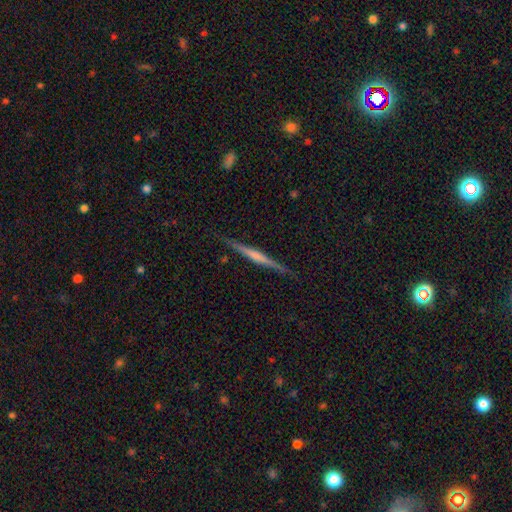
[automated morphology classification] Smooth or featured? Predicted: featured or disk (p=0.73). Edge-on disk? Predicted: yes (p=0.98). Edge-on bulge? Predicted: rounded (p=0.62). Merging? Predicted: none (p=0.90).